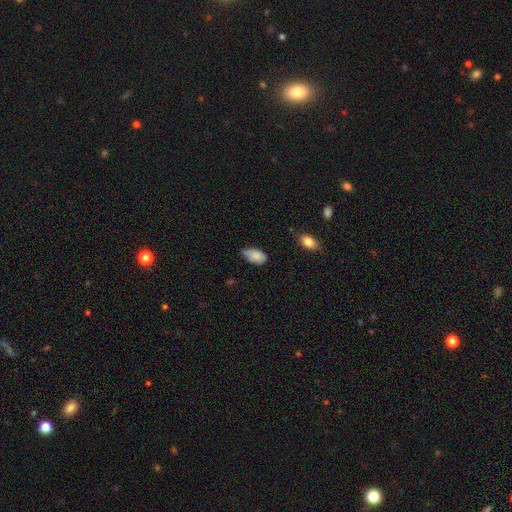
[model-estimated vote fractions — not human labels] The model was most divided on "merging": minor disturbance: 46%, none: 42%, major disturbance: 10%, merger: 2%. More confident: how rounded — in between (92%); smooth or featured — smooth (80%).